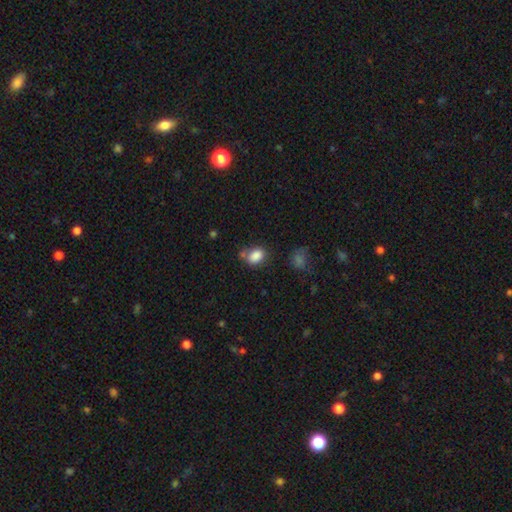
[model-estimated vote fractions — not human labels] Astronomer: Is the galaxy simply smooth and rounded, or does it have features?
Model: smooth — 84%.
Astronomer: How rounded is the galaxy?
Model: in between — 71%.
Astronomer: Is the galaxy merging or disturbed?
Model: none — 58%.